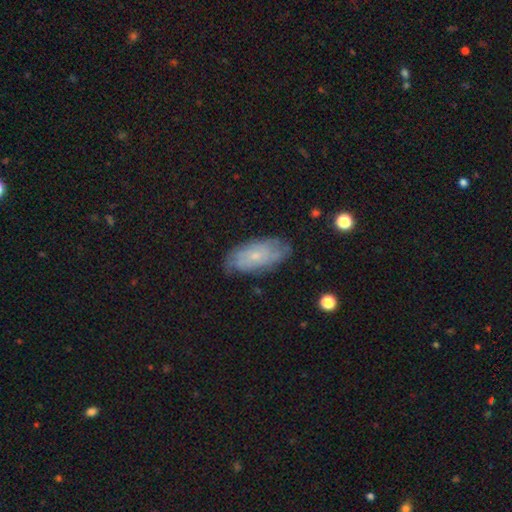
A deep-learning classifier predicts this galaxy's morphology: Q: Smooth or featured?
A: featured or disk (56%); runner-up: smooth (36%)
Q: Edge-on disk?
A: no (90%); runner-up: yes (10%)
Q: Bar?
A: no (82%); runner-up: weak (16%)
Q: Spiral arms?
A: yes (76%); runner-up: no (24%)
Q: Bulge size?
A: small (79%); runner-up: moderate (16%)
Q: Merging?
A: none (74%); runner-up: minor disturbance (20%)